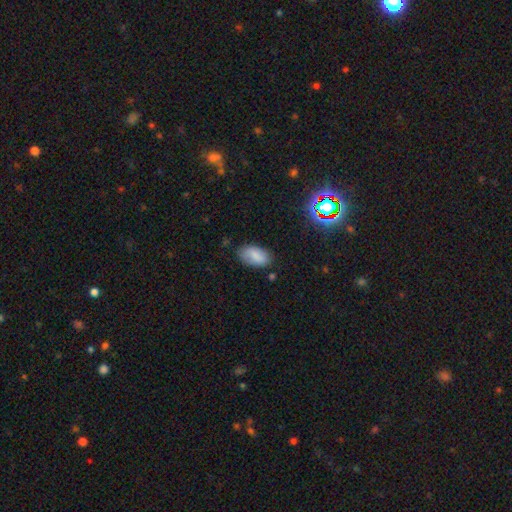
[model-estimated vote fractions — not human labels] A smooth galaxy with no disk features (83%) that is in between round and cigar-shaped (94%). Merging: none (75%).